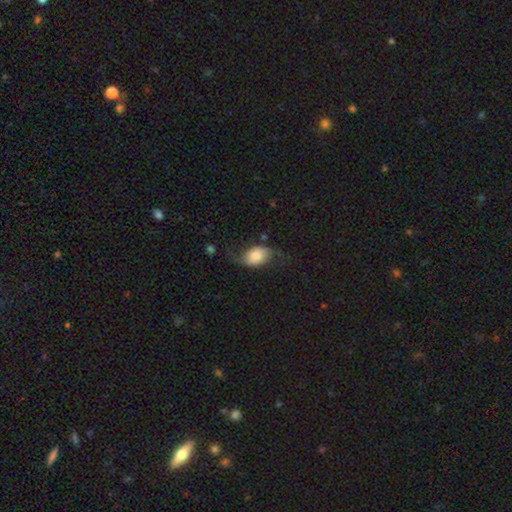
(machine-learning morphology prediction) Smooth or featured? smooth (52%)
How rounded? in between (82%)
Merging? none (53%)